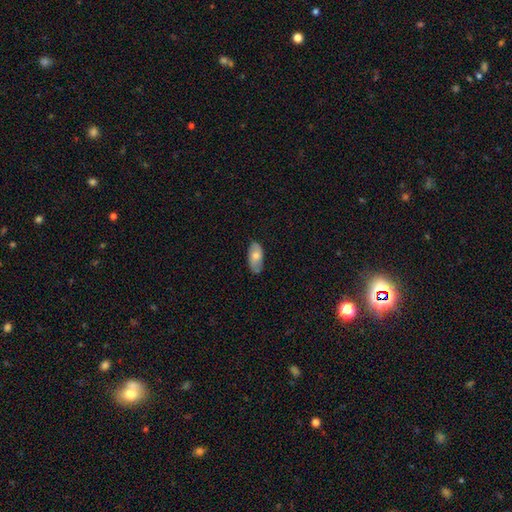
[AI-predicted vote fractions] This appears to be a smooth galaxy with no disk features (68%) that is in between round and cigar-shaped (92%). Merging: none (77%).